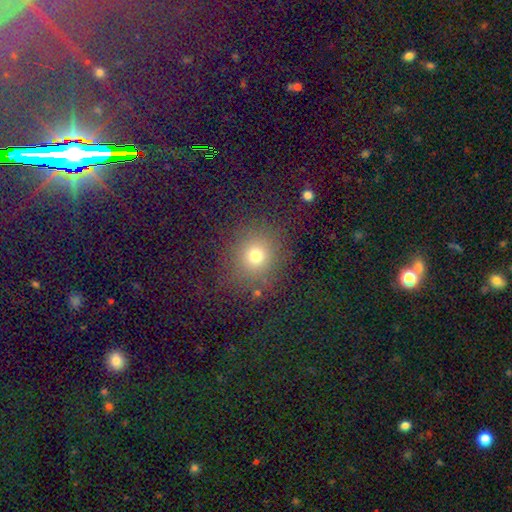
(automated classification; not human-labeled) A smooth galaxy with no disk features (68%) that is round (86%).

Vote fractions:
- Smooth or featured? smooth: 68% / star or artifact: 23% / featured or disk: 10%
- How rounded? round: 86% / in between: 13% / cigar-shaped: 1%
- Merging? none: 82% / minor disturbance: 9% / major disturbance: 7% / merger: 2%